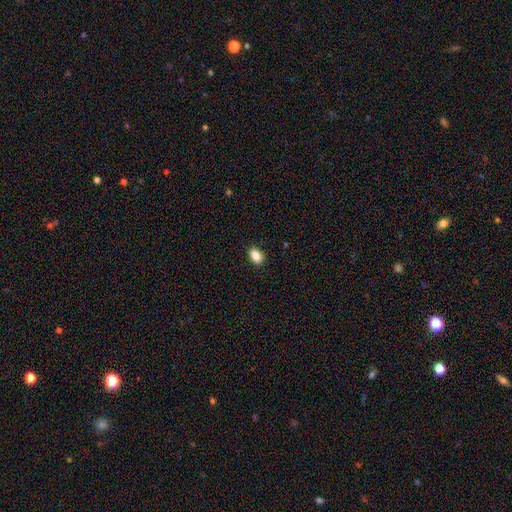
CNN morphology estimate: Smooth or featured? Predicted: smooth (p=0.86). How rounded? Predicted: in between (p=0.83). Merging? Predicted: none (p=0.89).